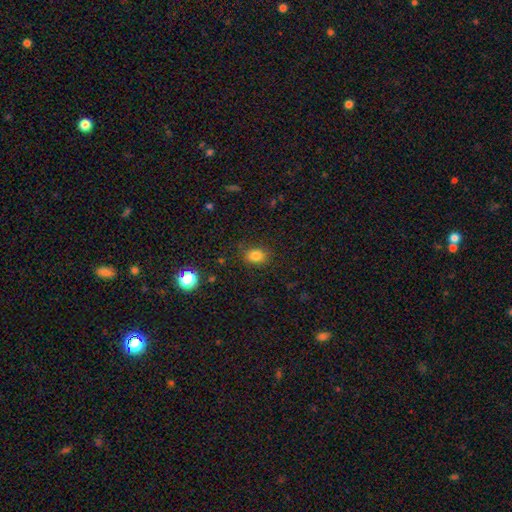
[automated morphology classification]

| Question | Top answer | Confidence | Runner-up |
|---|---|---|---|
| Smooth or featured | smooth | 82% | star or artifact (12%) |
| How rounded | in between | 60% | round (39%) |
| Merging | none | 83% | minor disturbance (12%) |